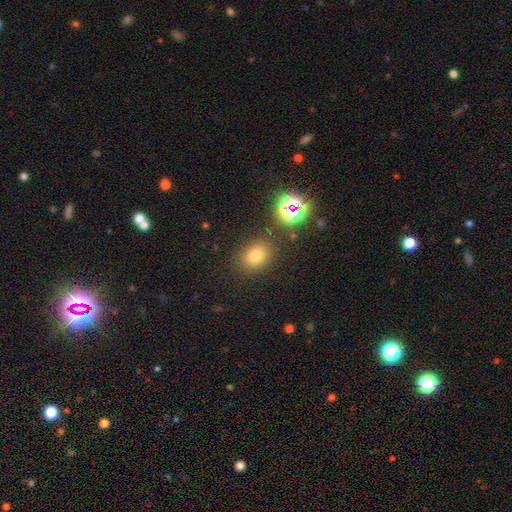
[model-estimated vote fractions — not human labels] Smooth or featured? Predicted: smooth (p=0.72). How rounded? Predicted: in between (p=0.51). Merging? Predicted: none (p=0.82).